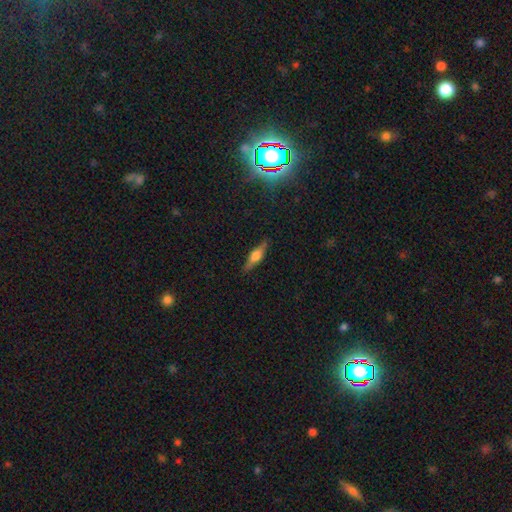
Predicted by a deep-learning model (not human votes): Smooth or featured? featured or disk (54%)
Edge-on disk? yes (95%)
Edge-on bulge? rounded (86%)
Merging? none (86%)